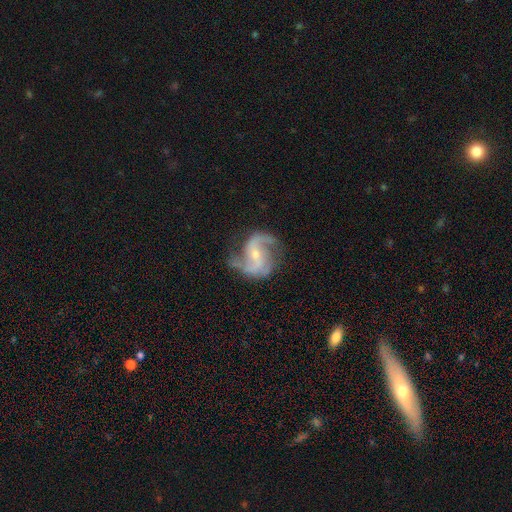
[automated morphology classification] This appears to be a featured or disk galaxy (90%) with a weak bar (45%), 2 (80%) medium (49%) spiral arms (97%) and a small central bulge (61%). Merging: none (69%).